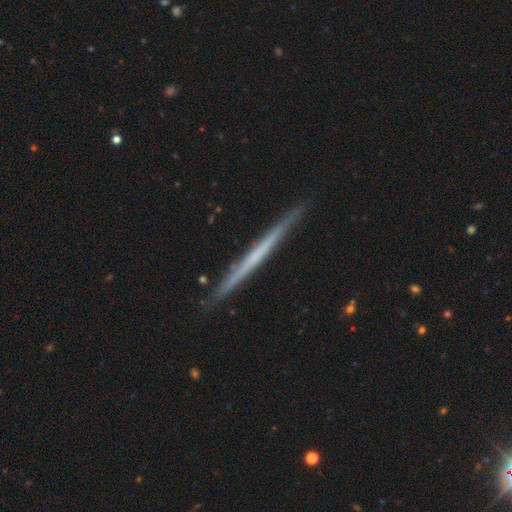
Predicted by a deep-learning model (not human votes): Smooth or featured?
  - featured or disk: 60% *
  - smooth: 35%
  - star or artifact: 5%
Edge-on disk?
  - yes: 98% *
  - no: 2%
Edge-on bulge?
  - none: 90% *
  - rounded: 6%
  - boxy: 3%
Merging?
  - none: 90% *
  - minor disturbance: 7%
  - major disturbance: 1%
  - merger: 1%